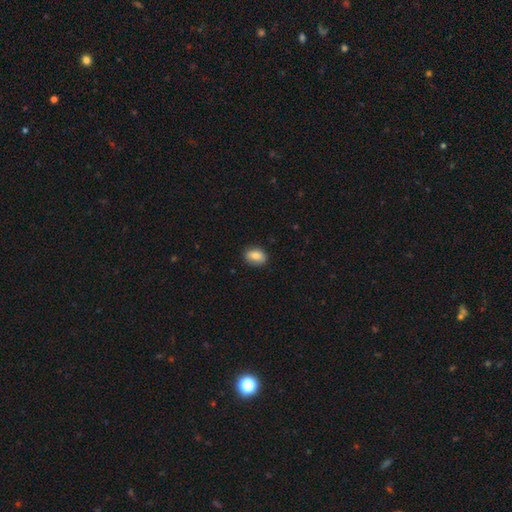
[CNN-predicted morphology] Q: Smooth or featured?
A: smooth (81%); runner-up: featured or disk (12%)
Q: How rounded?
A: in between (75%); runner-up: round (23%)
Q: Merging?
A: none (86%); runner-up: minor disturbance (11%)